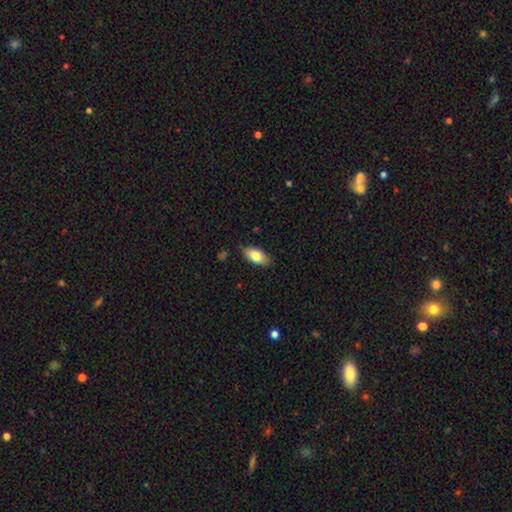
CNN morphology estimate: A smooth galaxy with no disk features (79%) that is in between round and cigar-shaped (89%). Merging: none (84%).